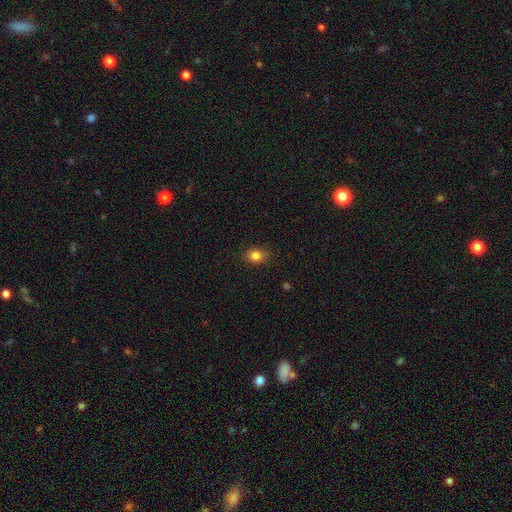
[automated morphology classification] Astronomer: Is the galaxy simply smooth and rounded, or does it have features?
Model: smooth — 83%.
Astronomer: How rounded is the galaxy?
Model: round — 54% (runner-up: in between, 45%).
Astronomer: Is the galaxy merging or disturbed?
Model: none — 84%.